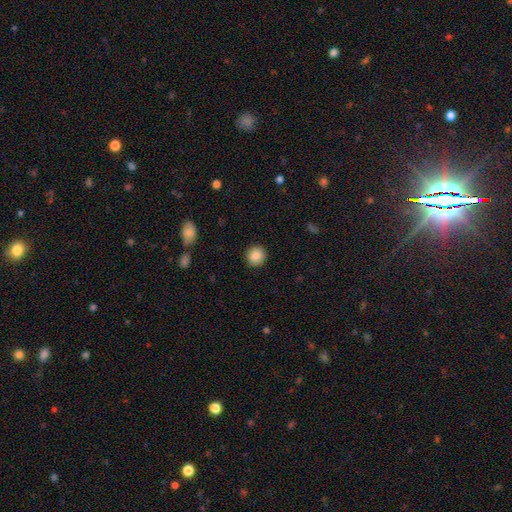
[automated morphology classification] A smooth galaxy with no disk features (88%) that is round (92%). Merging: none (91%).